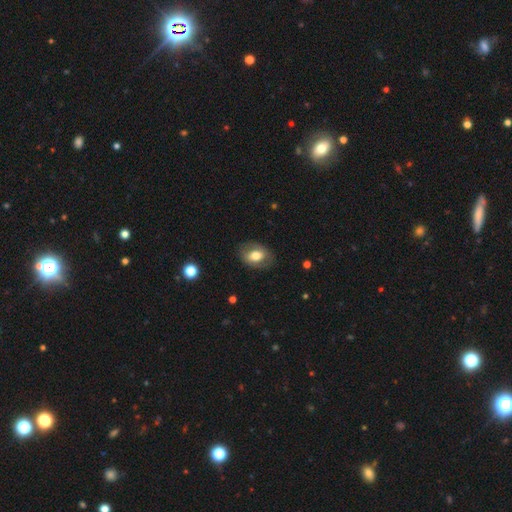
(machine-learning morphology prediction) The model was most divided on "smooth or featured": smooth: 63%, featured or disk: 29%, star or artifact: 8%. More confident: merging — none (79%); how rounded — in between (75%).